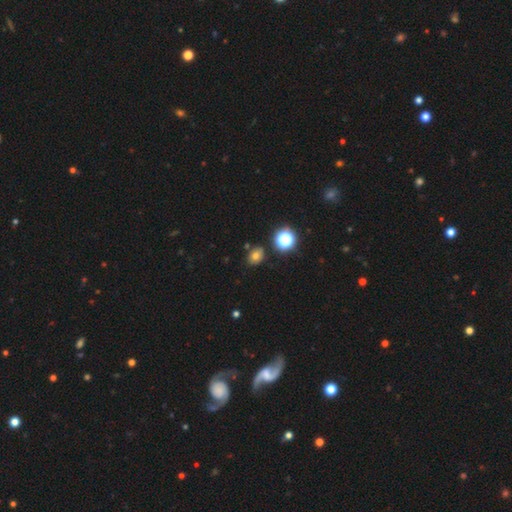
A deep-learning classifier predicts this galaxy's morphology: smooth-or-featured: smooth: 68% | star or artifact: 21% | featured or disk: 12%
  how-rounded: in between: 56% | round: 43% | cigar-shaped: 1%
  merging: none: 80% | minor disturbance: 12% | merger: 5% | major disturbance: 3%